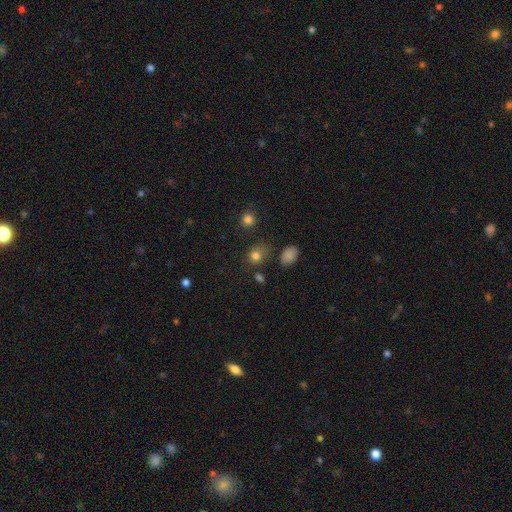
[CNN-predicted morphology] A smooth galaxy with no disk features (80%) that is round (59%).

Vote fractions:
- Smooth or featured? smooth: 80% / star or artifact: 14% / featured or disk: 6%
- How rounded? round: 59% / in between: 40% / cigar-shaped: 1%
- Merging? none: 67% / minor disturbance: 18% / major disturbance: 8% / merger: 7%